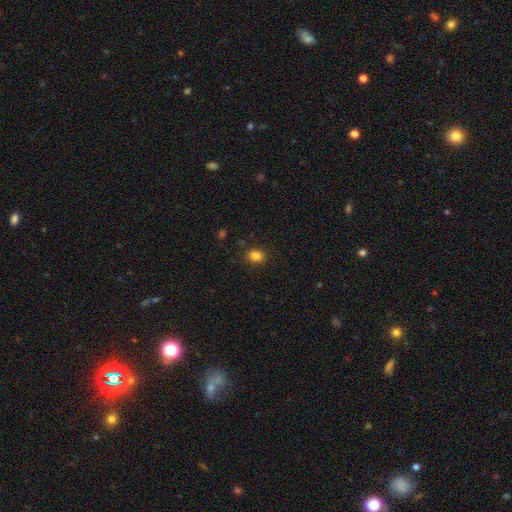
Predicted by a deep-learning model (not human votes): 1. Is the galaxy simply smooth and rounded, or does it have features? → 85% smooth, 11% star or artifact, 4% featured or disk.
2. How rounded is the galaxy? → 54% round, 45% in between, 1% cigar-shaped.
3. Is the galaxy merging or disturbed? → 87% none, 9% minor disturbance, 3% major disturbance, 1% merger.